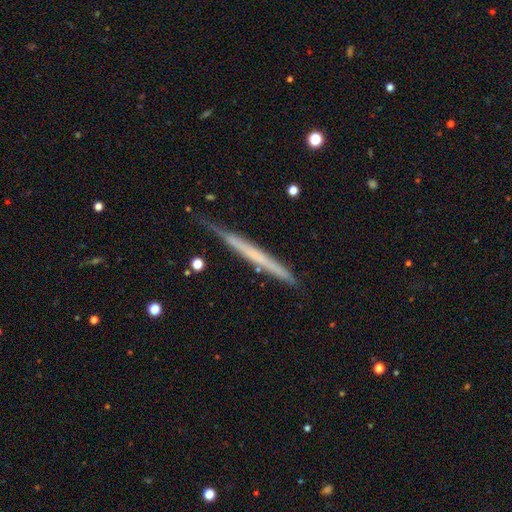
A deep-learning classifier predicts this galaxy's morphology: This appears to be a featured or disk galaxy (53%) viewed edge-on (96%) with no central bulge (89%). Merging: none (74%).